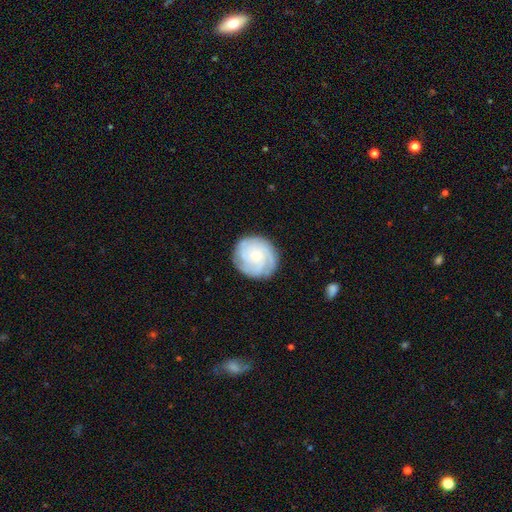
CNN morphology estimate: type=featured or disk (75%); edge-on=no (98%); bar=no (80%); spiral arms=yes (95%); winding=tight (71%); arm count=3 (35%); bulge=small (64%); merging=none (82%).